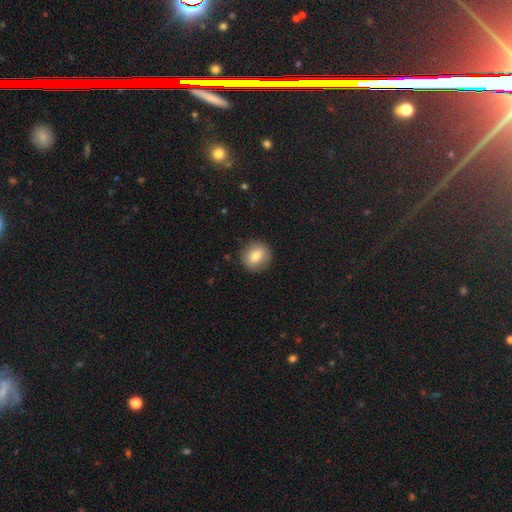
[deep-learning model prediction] smooth_or_featured: smooth (p=0.79) [alt: featured or disk p=0.13]
how_rounded: round (p=0.84) [alt: in between p=0.15]
merging: none (p=0.89) [alt: minor disturbance p=0.08]